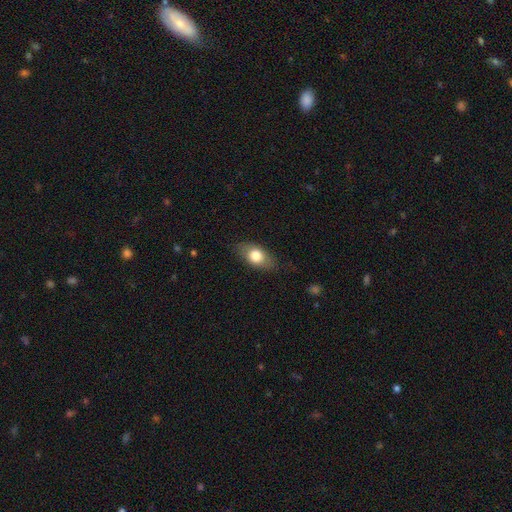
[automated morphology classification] Q: Smooth or featured?
A: smooth (75%); runner-up: featured or disk (18%)
Q: How rounded?
A: in between (84%); runner-up: round (11%)
Q: Merging?
A: none (80%); runner-up: minor disturbance (15%)